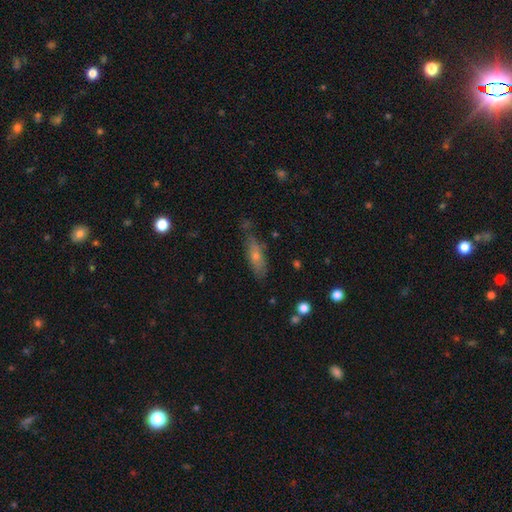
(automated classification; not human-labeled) smooth 58%, featured or disk 33%, star or artifact 9%. Down the decision tree: how rounded — cigar-shaped (53%); merging — none (67%).